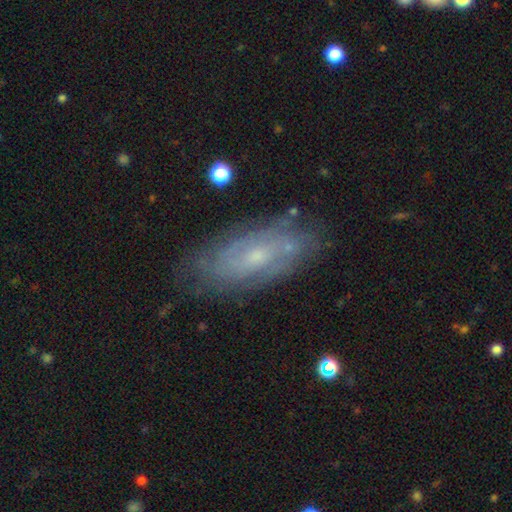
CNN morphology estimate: This is likely a featured or disk galaxy (71%). It is clearly not viewed edge-on (90%). Bar: likely no (65%). Spiral arm pattern: clearly yes (83%). Spiral arm count: possibly can't tell (60%). Spiral winding: likely tight (62%). Central bulge: likely small (64%). Merging: likely none (74%).